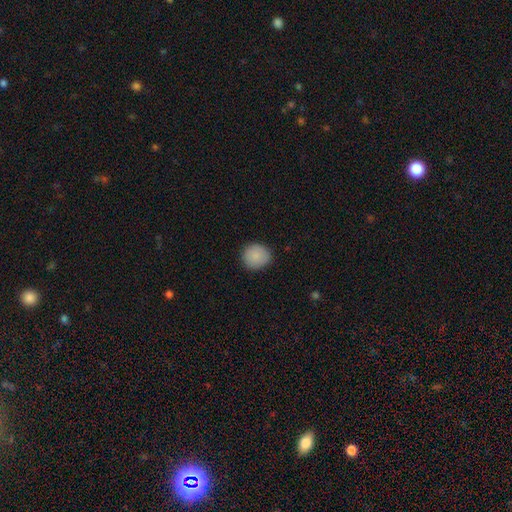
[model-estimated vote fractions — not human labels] Smooth or featured? Predicted: smooth (p=0.87). How rounded? Predicted: round (p=0.88). Merging? Predicted: none (p=0.88).